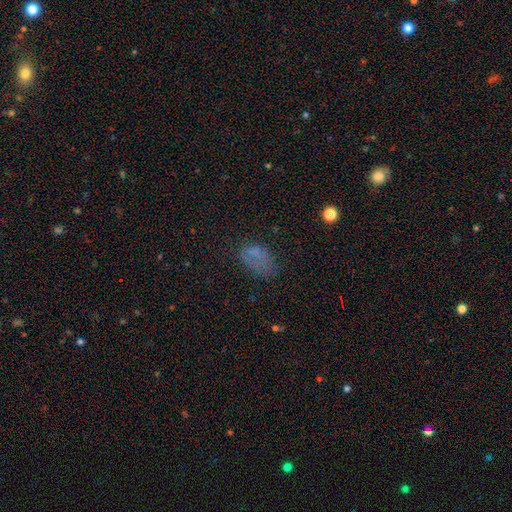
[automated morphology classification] This appears to be a smooth galaxy with no disk features (62%) that is in between round and cigar-shaped (87%). Merging: none (48%).